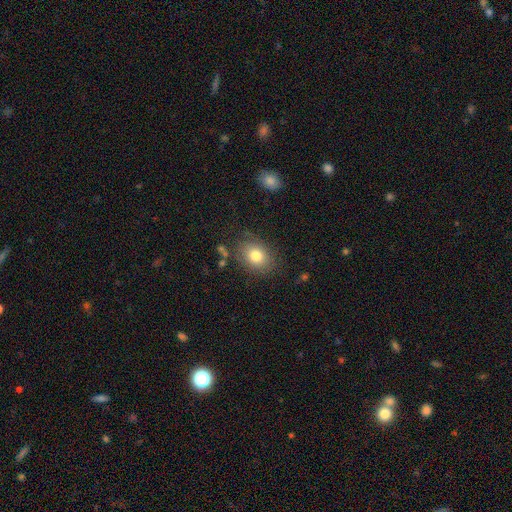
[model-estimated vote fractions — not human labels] A smooth galaxy with no disk features (78%) that is in between round and cigar-shaped (62%). Merging: none (79%).